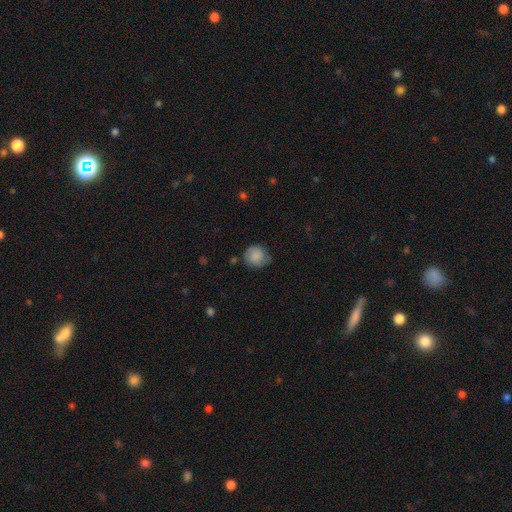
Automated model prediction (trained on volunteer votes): A smooth galaxy with no disk features (79%) that is round (80%).

Vote fractions:
- Smooth or featured? smooth: 79% / featured or disk: 13% / star or artifact: 8%
- How rounded? round: 80% / in between: 19% / cigar-shaped: 1%
- Merging? none: 66% / minor disturbance: 25% / major disturbance: 7% / merger: 2%